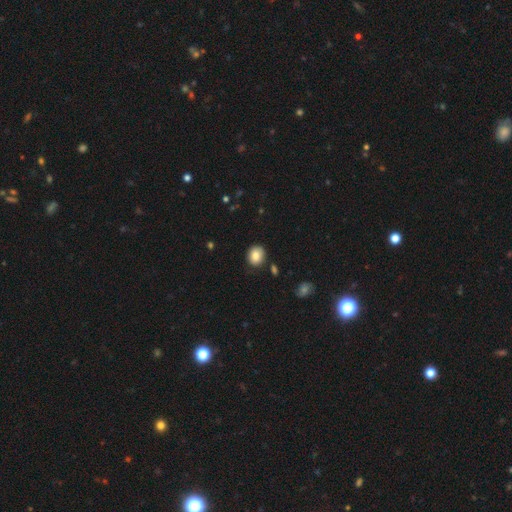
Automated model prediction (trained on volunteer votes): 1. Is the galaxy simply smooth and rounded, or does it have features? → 84% smooth, 9% star or artifact, 7% featured or disk.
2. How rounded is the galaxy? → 73% round, 26% in between, 1% cigar-shaped.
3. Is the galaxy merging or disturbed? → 84% none, 11% minor disturbance, 3% merger, 2% major disturbance.